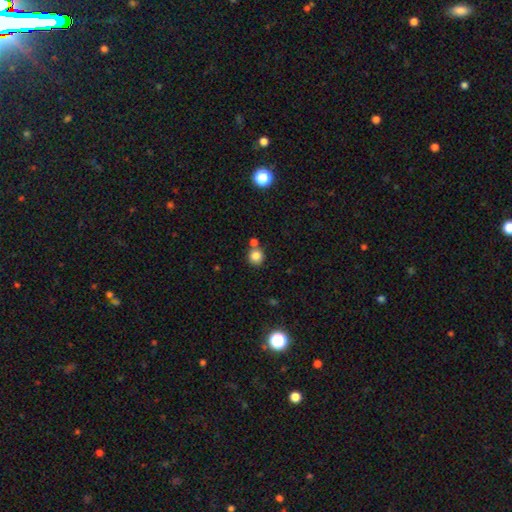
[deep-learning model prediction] smooth_or_featured: smooth (p=0.83) [alt: star or artifact p=0.11]
how_rounded: round (p=0.89) [alt: in between p=0.10]
merging: none (p=0.67) [alt: merger p=0.21]